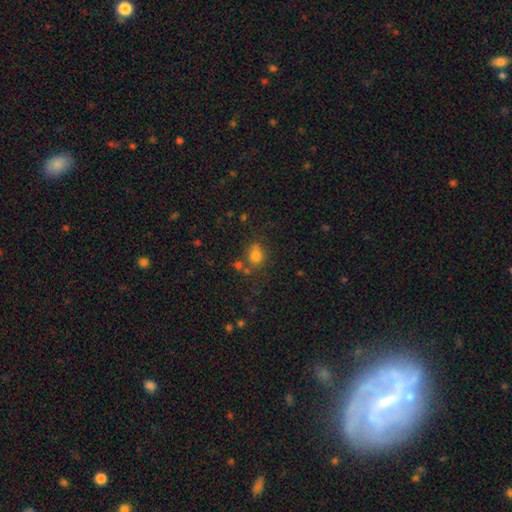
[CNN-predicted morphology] A smooth galaxy with no disk features (75%) that is round (57%). Merging: none (55%).